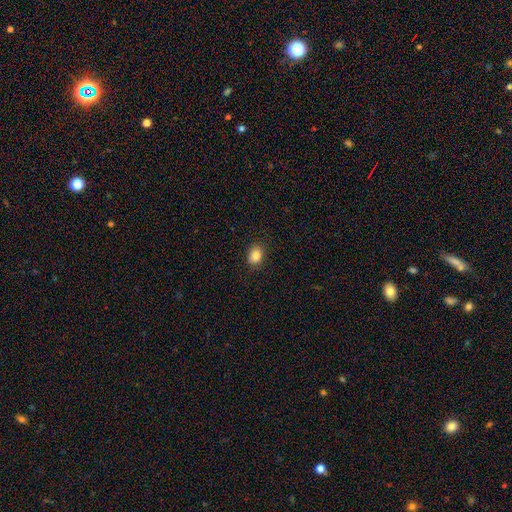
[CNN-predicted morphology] Smooth or featured?
  - smooth: 86% *
  - star or artifact: 9%
  - featured or disk: 5%
How rounded?
  - in between: 63% *
  - round: 36%
  - cigar-shaped: 1%
Merging?
  - none: 87% *
  - minor disturbance: 10%
  - major disturbance: 2%
  - merger: 1%